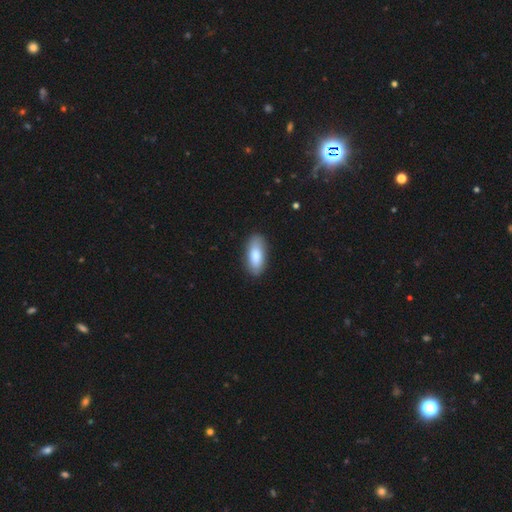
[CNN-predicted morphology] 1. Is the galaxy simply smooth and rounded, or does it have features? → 81% smooth, 13% featured or disk, 6% star or artifact.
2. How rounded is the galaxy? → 84% in between, 13% cigar-shaped, 2% round.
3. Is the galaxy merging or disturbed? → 86% none, 11% minor disturbance, 2% major disturbance, 1% merger.